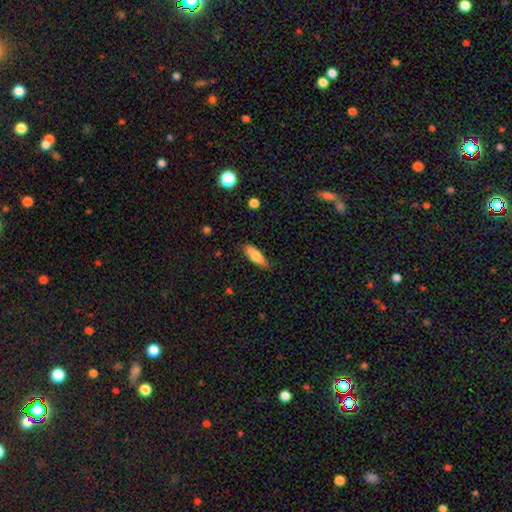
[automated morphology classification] A smooth galaxy with no disk features (71%) that is in between round and cigar-shaped (55%). Merging: none (81%).